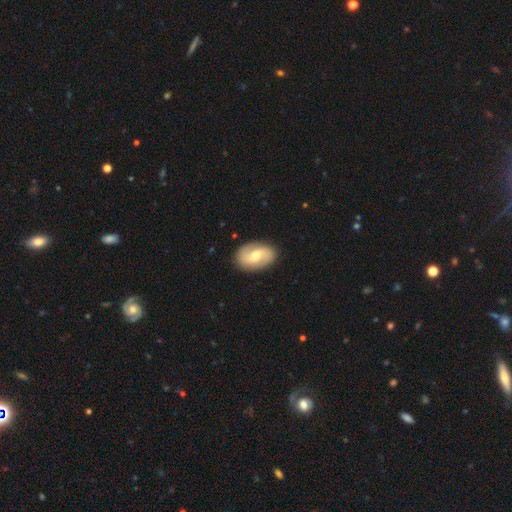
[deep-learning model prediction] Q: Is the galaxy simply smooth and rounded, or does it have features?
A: featured or disk — 62%.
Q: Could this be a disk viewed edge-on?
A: no — 96%.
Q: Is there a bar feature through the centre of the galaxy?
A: no — 47%.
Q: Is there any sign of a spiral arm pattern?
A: yes — 84%.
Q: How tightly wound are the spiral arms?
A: loose — 46%.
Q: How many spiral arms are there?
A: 2 — 89%.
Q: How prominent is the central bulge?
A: moderate — 59%.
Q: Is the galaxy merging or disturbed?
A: none — 86%.